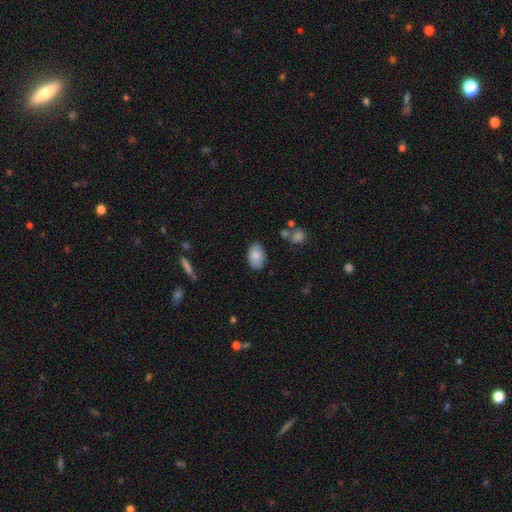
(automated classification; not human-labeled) Overall: smooth (84%). How rounded: in between (91%). Merging: none (82%).